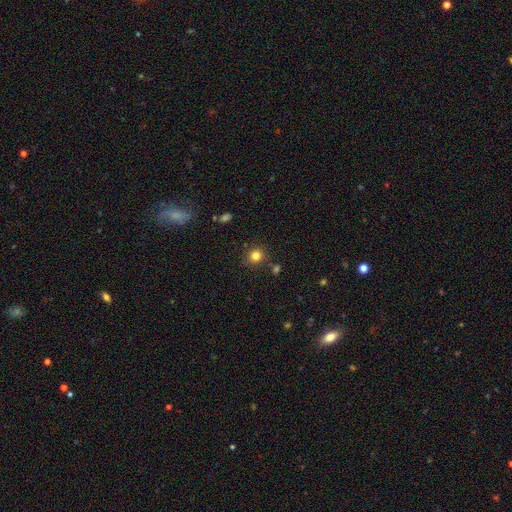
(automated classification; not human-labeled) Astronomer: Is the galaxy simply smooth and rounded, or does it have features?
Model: smooth — 82%.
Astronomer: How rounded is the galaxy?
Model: round — 86%.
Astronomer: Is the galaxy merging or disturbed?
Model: none — 83%.